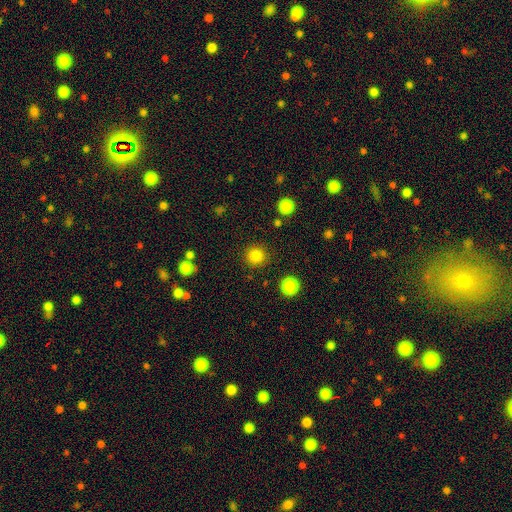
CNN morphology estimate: smooth_or_featured: smooth (p=0.84) [alt: star or artifact p=0.12]
how_rounded: round (p=0.94) [alt: in between p=0.05]
merging: none (p=0.90) [alt: minor disturbance p=0.06]